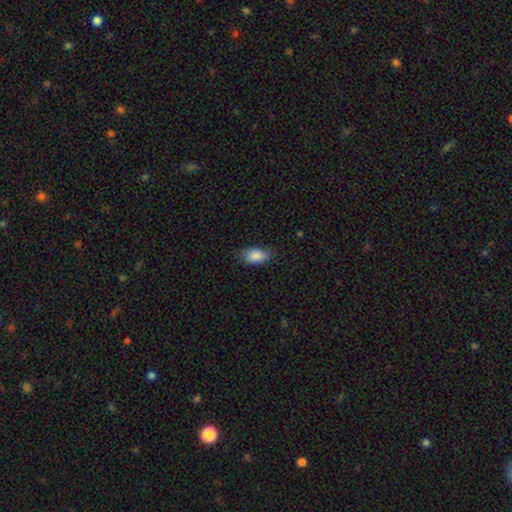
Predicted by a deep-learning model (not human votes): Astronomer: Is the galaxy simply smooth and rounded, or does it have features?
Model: smooth — 87%.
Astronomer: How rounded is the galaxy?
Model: in between — 92%.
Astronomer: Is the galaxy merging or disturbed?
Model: none — 75%.